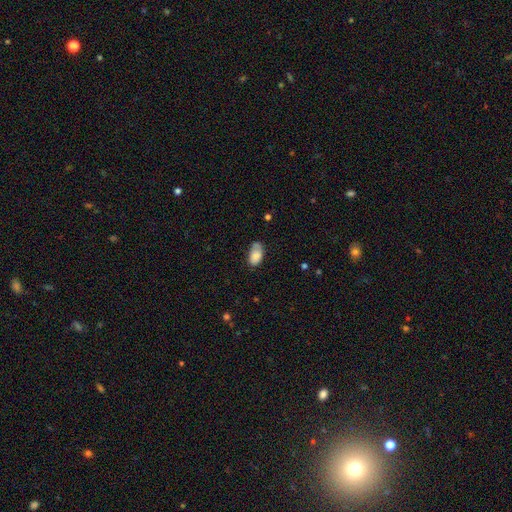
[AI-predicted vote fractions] Smooth or featured?
  - smooth: 80% *
  - featured or disk: 13%
  - star or artifact: 8%
How rounded?
  - in between: 93% *
  - round: 5%
  - cigar-shaped: 2%
Merging?
  - none: 52% *
  - minor disturbance: 32%
  - major disturbance: 9%
  - merger: 7%